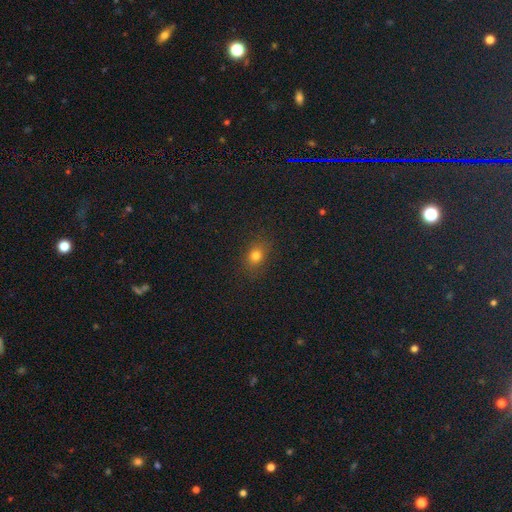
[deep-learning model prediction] Smooth or featured: smooth — 77% (star or artifact — 16%)
How rounded: in between — 52% (round — 46%)
Merging: none — 85% (minor disturbance — 11%)